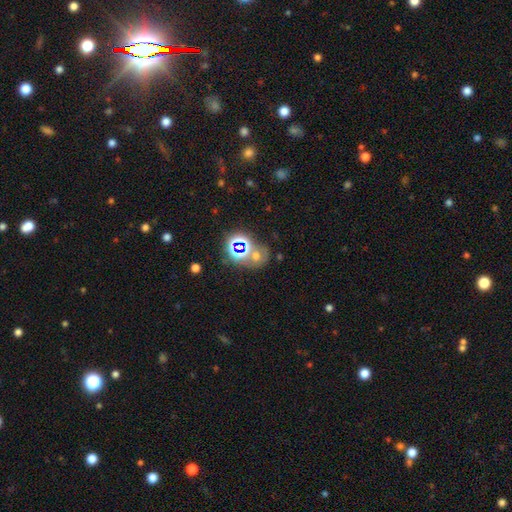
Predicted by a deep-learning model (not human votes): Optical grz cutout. It shows a star or artifact, not a galaxy (44%).